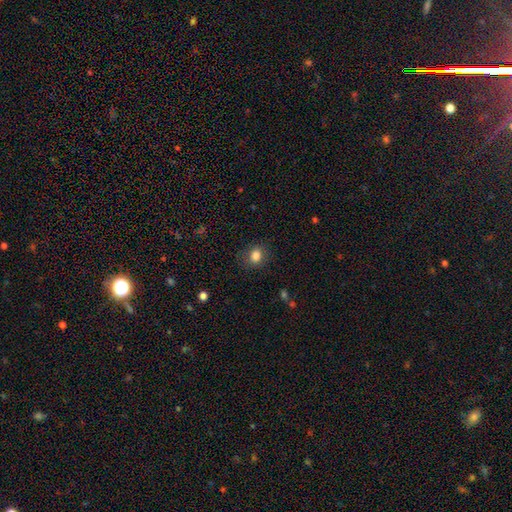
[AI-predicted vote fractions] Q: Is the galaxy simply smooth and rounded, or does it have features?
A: smooth — 84%.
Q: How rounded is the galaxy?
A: round — 57%.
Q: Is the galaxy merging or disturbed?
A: none — 83%.